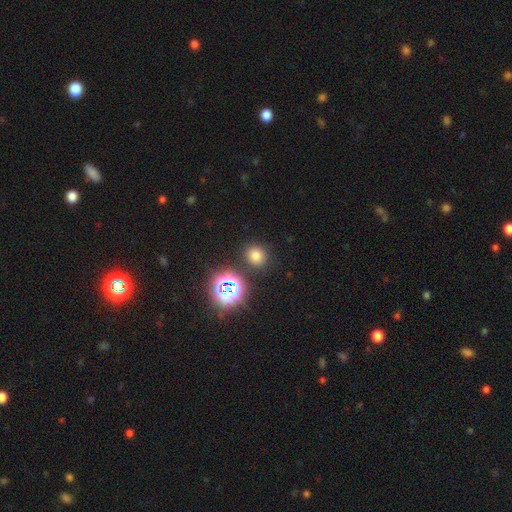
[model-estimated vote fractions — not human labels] Smooth or featured? Predicted: smooth (p=0.69). How rounded? Predicted: round (p=0.79). Merging? Predicted: none (p=0.86).